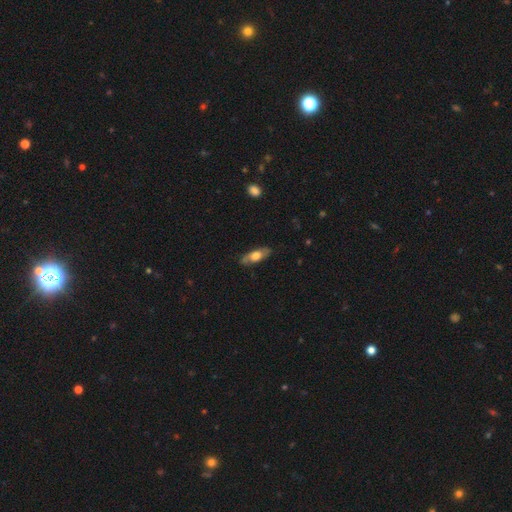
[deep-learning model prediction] A smooth galaxy with no disk features (51%) that is in between round and cigar-shaped (65%).

Vote fractions:
- Smooth or featured? smooth: 51% / featured or disk: 43% / star or artifact: 6%
- How rounded? in between: 65% / cigar-shaped: 31% / round: 4%
- Merging? none: 79% / minor disturbance: 16% / major disturbance: 3% / merger: 1%